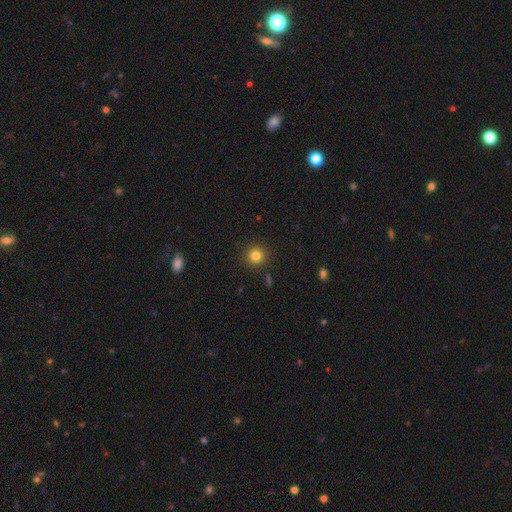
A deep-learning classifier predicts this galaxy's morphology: Smooth or featured? smooth (82%)
How rounded? round (94%)
Merging? none (91%)